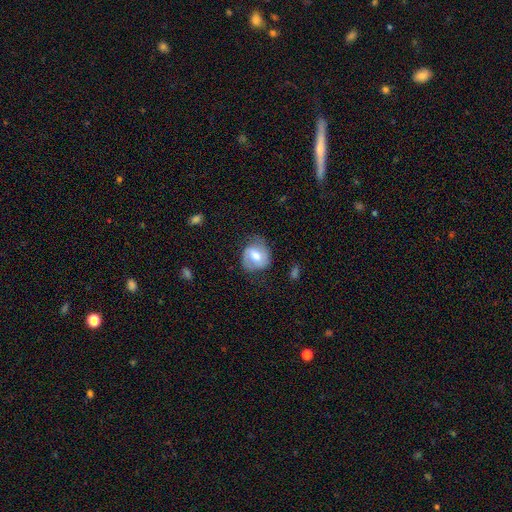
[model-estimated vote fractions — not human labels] The model was most divided on "smooth or featured": featured or disk: 57%, smooth: 36%, star or artifact: 7%. Remaining: edge-on disk — no (97%); spiral arms — yes (83%); bulge size — moderate (66%); merging — none (64%); bar — weak (49%).